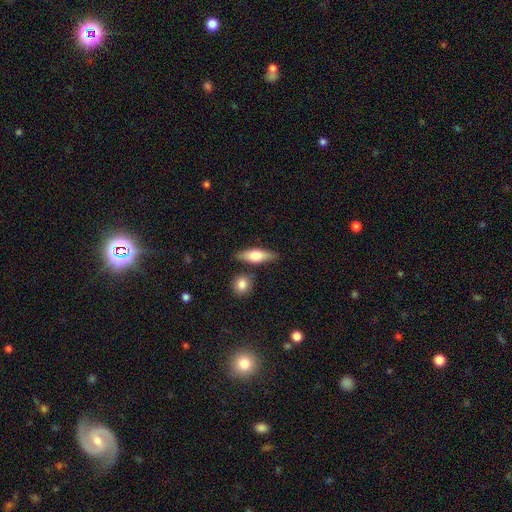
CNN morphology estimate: Smooth or featured? smooth (59%)
How rounded? in between (54%)
Merging? none (79%)